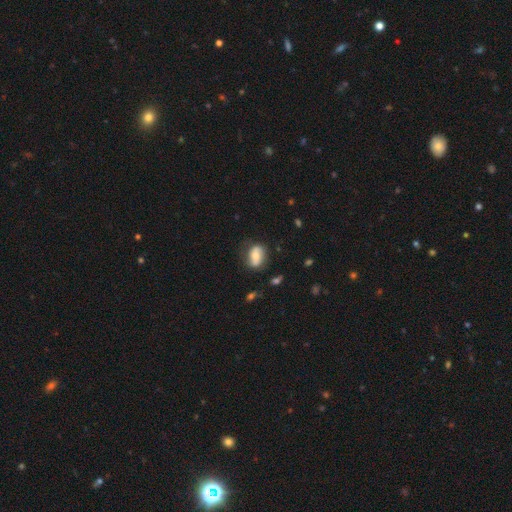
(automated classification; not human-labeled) A smooth galaxy with no disk features (52%) that is in between round and cigar-shaped (77%). Merging: none (70%).